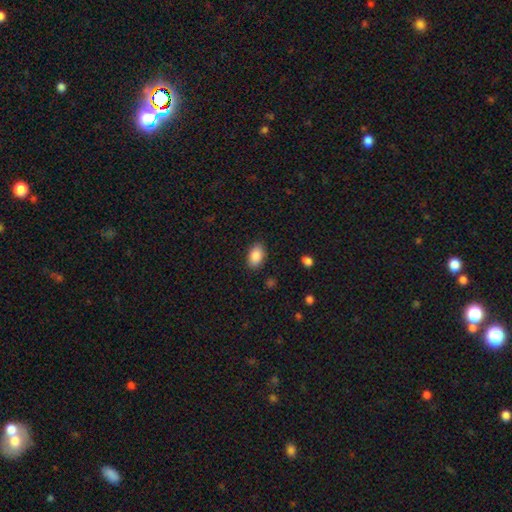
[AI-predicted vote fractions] Smooth or featured? smooth (88%)
How rounded? in between (92%)
Merging? none (87%)